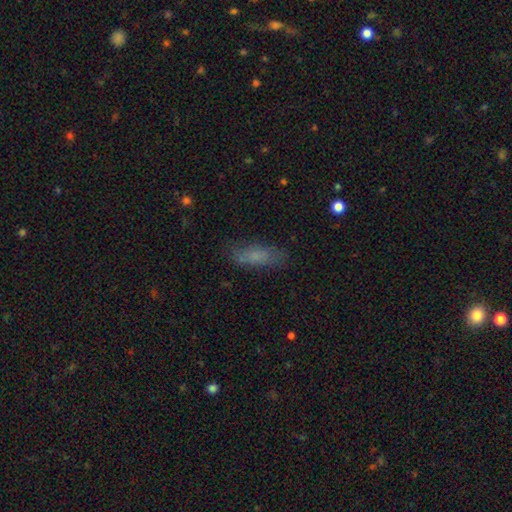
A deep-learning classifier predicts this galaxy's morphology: Smooth or featured: smooth — 72% (featured or disk — 18%)
How rounded: in between — 56% (cigar-shaped — 42%)
Merging: none — 74% (minor disturbance — 18%)